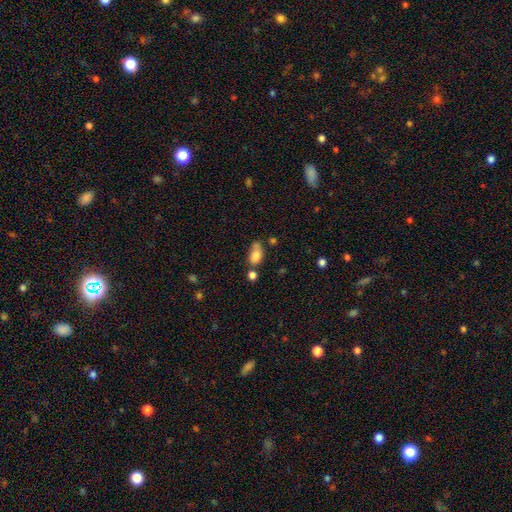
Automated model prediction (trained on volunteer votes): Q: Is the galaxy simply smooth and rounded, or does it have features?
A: smooth — 79%.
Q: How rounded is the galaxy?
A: in between — 78%.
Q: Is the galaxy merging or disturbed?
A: none — 35%.